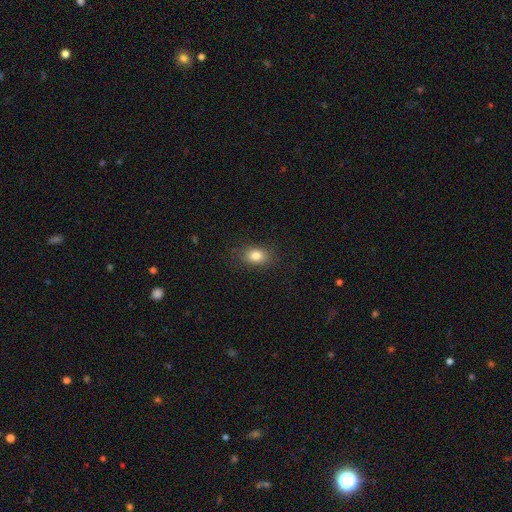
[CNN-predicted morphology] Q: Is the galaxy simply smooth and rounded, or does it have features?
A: smooth — 82%.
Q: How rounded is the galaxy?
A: in between — 77%.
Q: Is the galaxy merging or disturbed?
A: none — 85%.